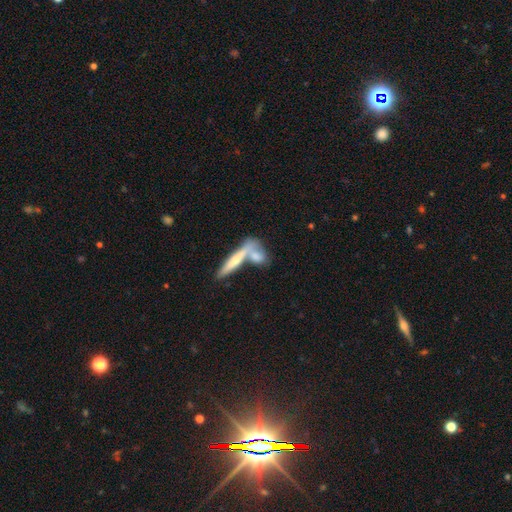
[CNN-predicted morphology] Q: Smooth or featured?
A: smooth (62%); runner-up: featured or disk (31%)
Q: How rounded?
A: cigar-shaped (55%); runner-up: in between (35%)
Q: Merging?
A: merger (43%); runner-up: none (41%)